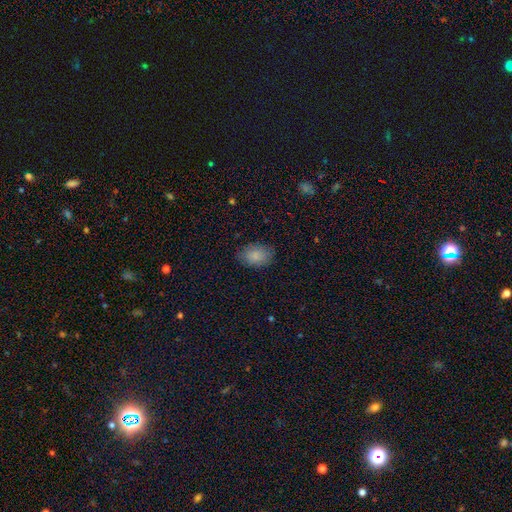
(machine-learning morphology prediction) type=smooth (86%); roundness=in between (85%); merging=none (81%).